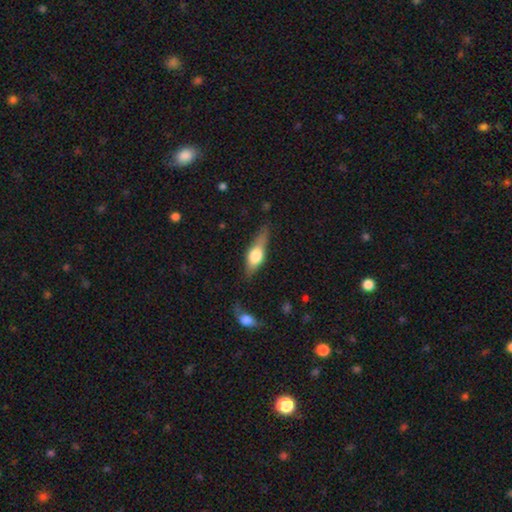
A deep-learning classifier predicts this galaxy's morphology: A smooth galaxy with no disk features (47%, tied with featured or disk).

Vote fractions:
- Smooth or featured? smooth: 47% (tied) / featured or disk: 47% (tied) / star or artifact: 6%
- Merging? none: 72% / minor disturbance: 20% / major disturbance: 6% / merger: 3%